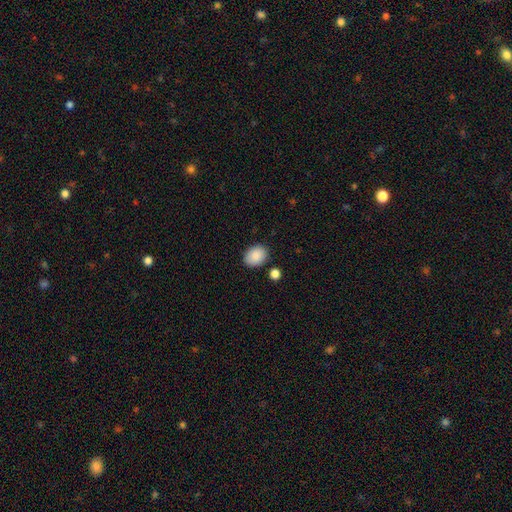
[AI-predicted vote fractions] Smooth or featured? smooth (89%)
How rounded? in between (66%)
Merging? none (86%)